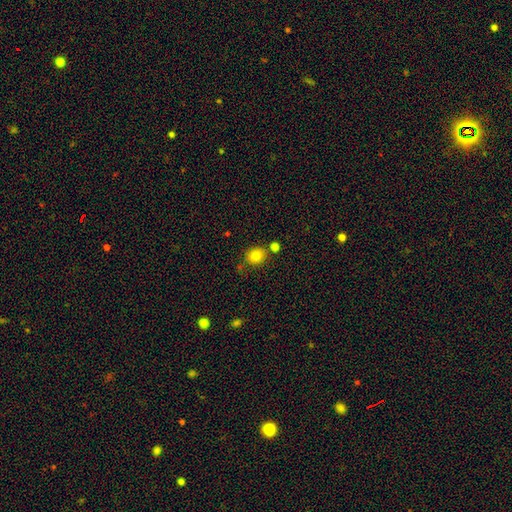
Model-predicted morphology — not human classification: A smooth galaxy with no disk features (82%) that is round (74%). Merging: none (73%).